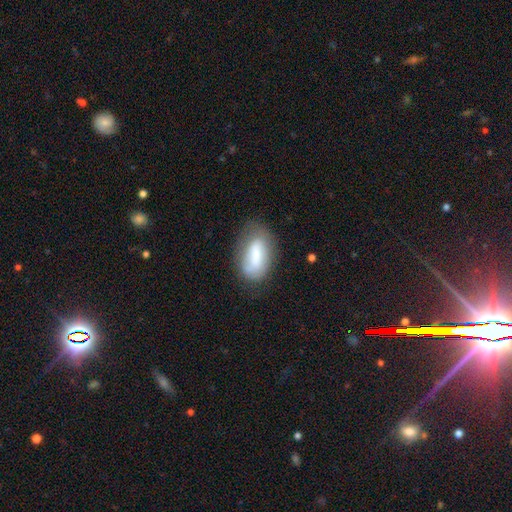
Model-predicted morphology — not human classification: The model was most divided on "merging": none: 58%, minor disturbance: 28%, major disturbance: 12%, merger: 3%. More confident: how rounded — in between (88%); smooth or featured — smooth (66%).